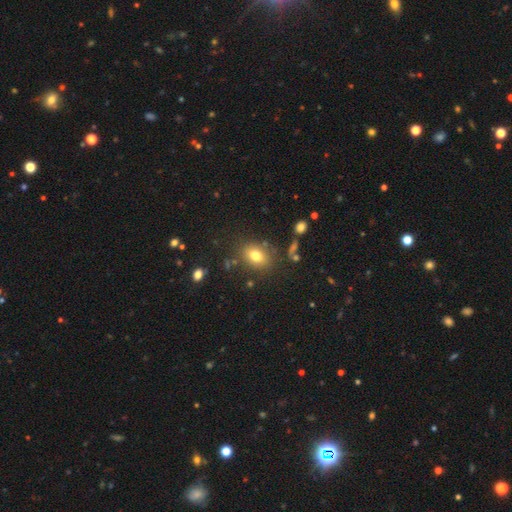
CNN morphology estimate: Smooth or featured? Predicted: smooth (p=0.77). How rounded? Predicted: in between (p=0.67). Merging? Predicted: none (p=0.80).